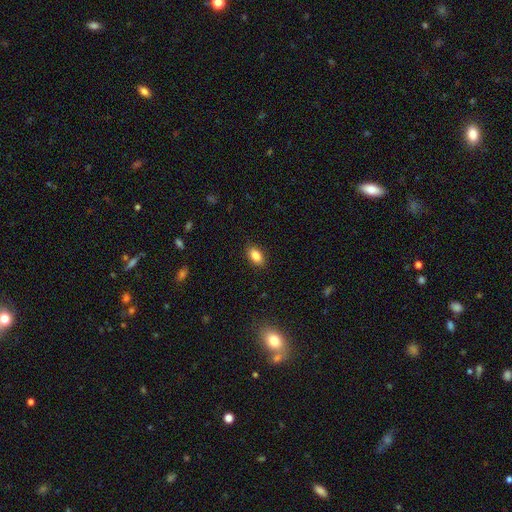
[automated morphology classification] Smooth or featured? smooth (84%)
How rounded? in between (89%)
Merging? none (87%)